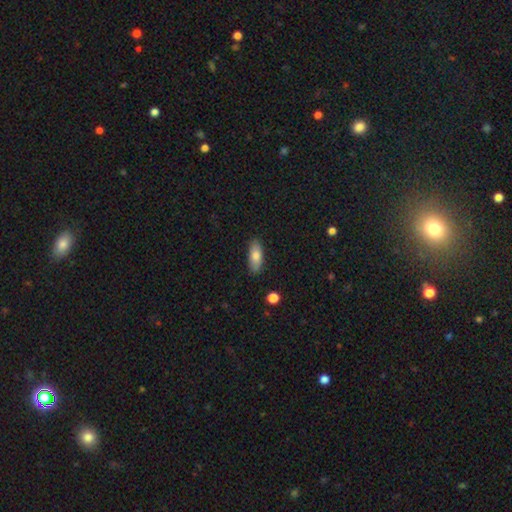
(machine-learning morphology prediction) smooth 79%, featured or disk 14%, star or artifact 7%. Down the decision tree: how rounded — in between (77%); merging — none (87%).